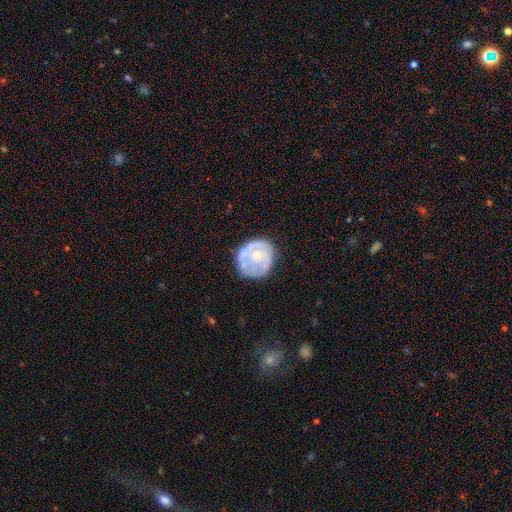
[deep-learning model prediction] Overall: featured or disk (58%; smooth 36%). Edge-on disk: no (98%). Bar: no (82%). Spiral arms: no (57%; yes 43%). Bulge size: small (47%; moderate 38%). Merging: none (69%).